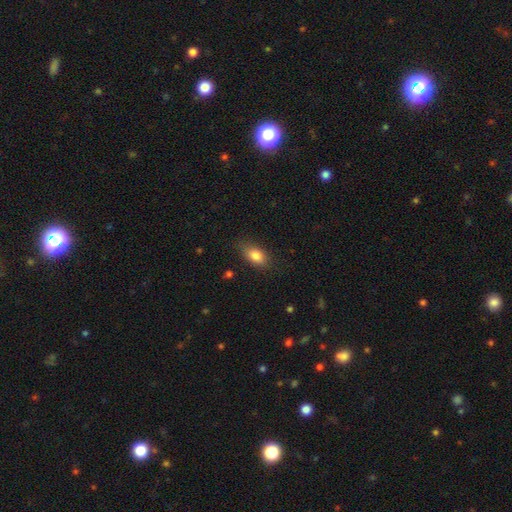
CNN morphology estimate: smooth_or_featured: smooth (p=0.82) [alt: featured or disk p=0.10]
how_rounded: in between (p=0.85) [alt: round p=0.09]
merging: none (p=0.78) [alt: minor disturbance p=0.17]